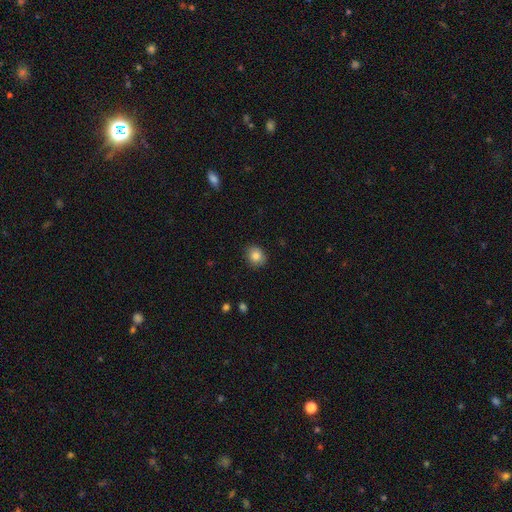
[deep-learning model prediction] smooth_or_featured: smooth (p=0.84) [alt: star or artifact p=0.09]
how_rounded: round (p=0.71) [alt: in between p=0.28]
merging: none (p=0.89) [alt: minor disturbance p=0.09]